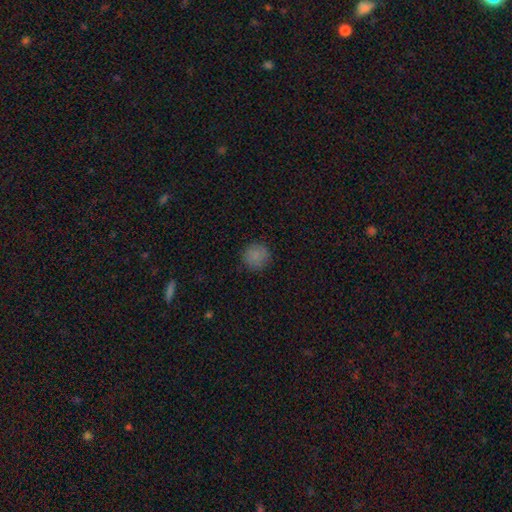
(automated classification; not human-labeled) Smooth or featured? Predicted: smooth (p=0.83). How rounded? Predicted: round (p=0.93). Merging? Predicted: none (p=0.86).